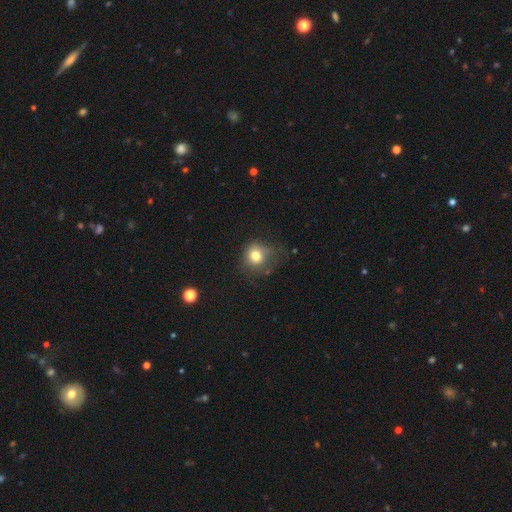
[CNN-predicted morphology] A smooth galaxy with no disk features (75%) that is round (80%).

Vote fractions:
- Smooth or featured? smooth: 75% / featured or disk: 13% / star or artifact: 12%
- How rounded? round: 80% / in between: 19% / cigar-shaped: 1%
- Merging? none: 48% / minor disturbance: 29% / major disturbance: 21% / merger: 3%